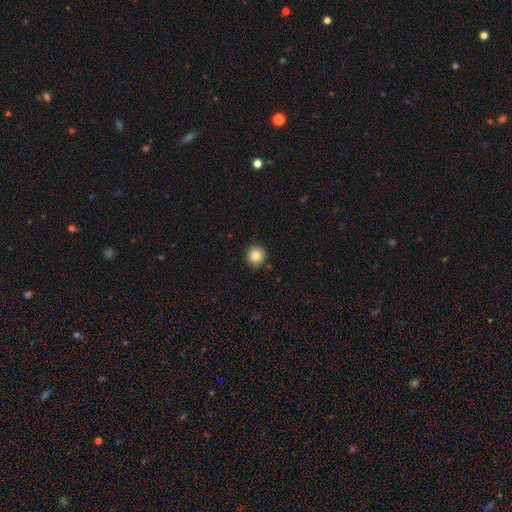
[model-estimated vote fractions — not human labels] Q: Smooth or featured?
A: smooth (83%); runner-up: star or artifact (10%)
Q: How rounded?
A: round (95%); runner-up: in between (5%)
Q: Merging?
A: none (90%); runner-up: minor disturbance (8%)